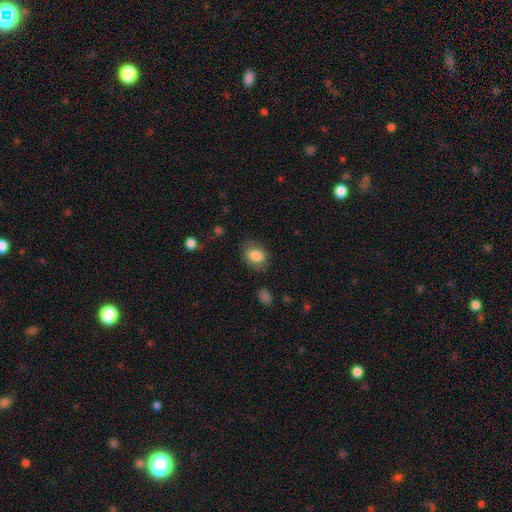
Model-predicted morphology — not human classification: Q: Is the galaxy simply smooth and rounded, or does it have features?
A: smooth — 81%.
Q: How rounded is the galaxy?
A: in between — 72%.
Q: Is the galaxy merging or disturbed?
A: none — 71%.